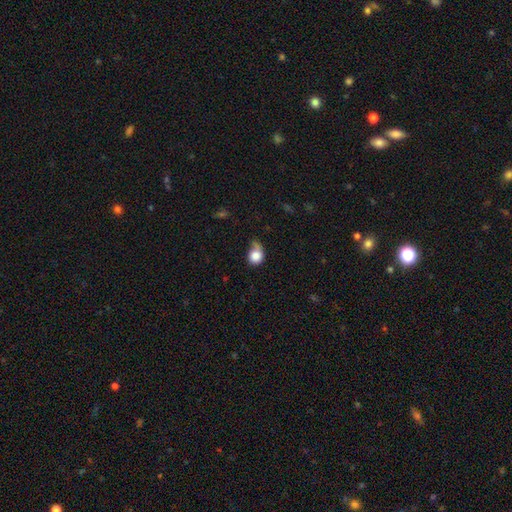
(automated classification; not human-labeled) Smooth or featured? smooth (82%)
How rounded? round (69%)
Merging? minor disturbance (35%)